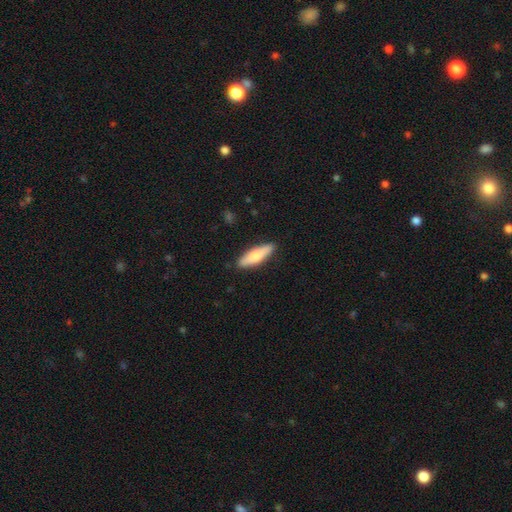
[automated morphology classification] A smooth galaxy with no disk features (70%) that is cigar-shaped (58%). Merging: none (88%).